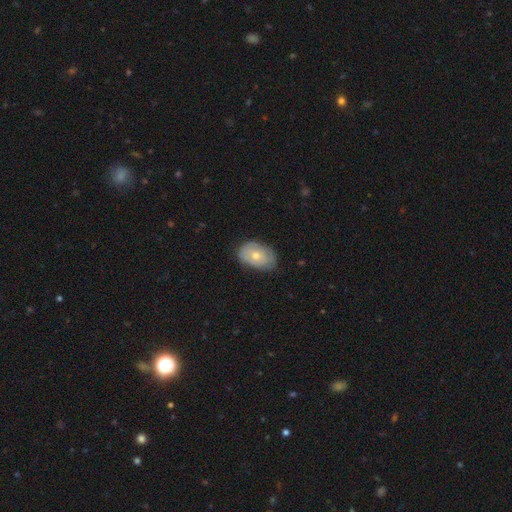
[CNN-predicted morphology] smooth-or-featured: smooth: 62% | featured or disk: 32% | star or artifact: 6%
  how-rounded: in between: 83% | round: 16% | cigar-shaped: 1%
  merging: none: 72% | minor disturbance: 22% | major disturbance: 4% | merger: 1%